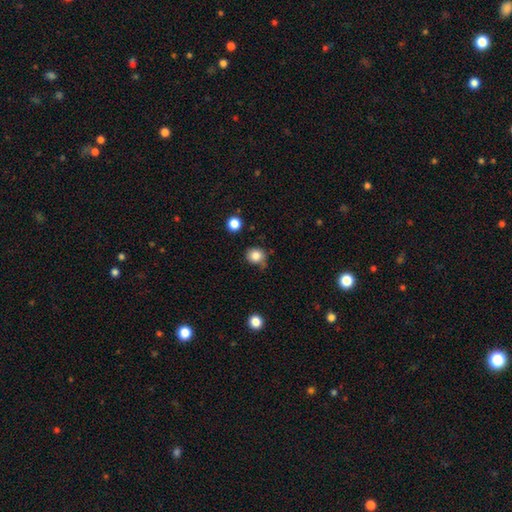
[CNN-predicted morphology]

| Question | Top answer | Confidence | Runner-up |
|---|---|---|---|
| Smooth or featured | smooth | 83% | star or artifact (10%) |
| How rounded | round | 82% | in between (17%) |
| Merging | none | 62% | minor disturbance (26%) |